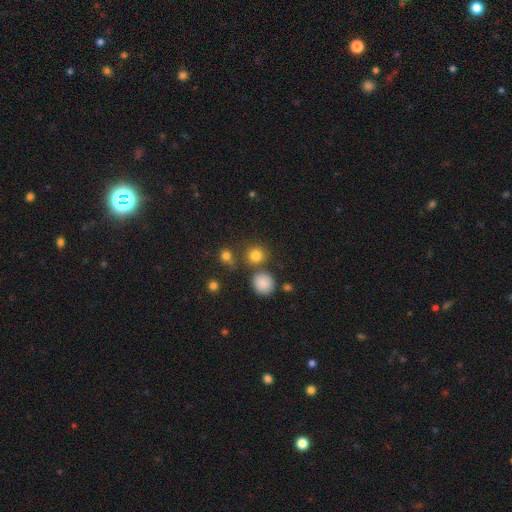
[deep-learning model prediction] Smooth or featured?
  - smooth: 80% *
  - star or artifact: 14%
  - featured or disk: 6%
How rounded?
  - round: 88% *
  - in between: 11%
  - cigar-shaped: 1%
Merging?
  - none: 75% *
  - merger: 12%
  - minor disturbance: 9%
  - major disturbance: 4%